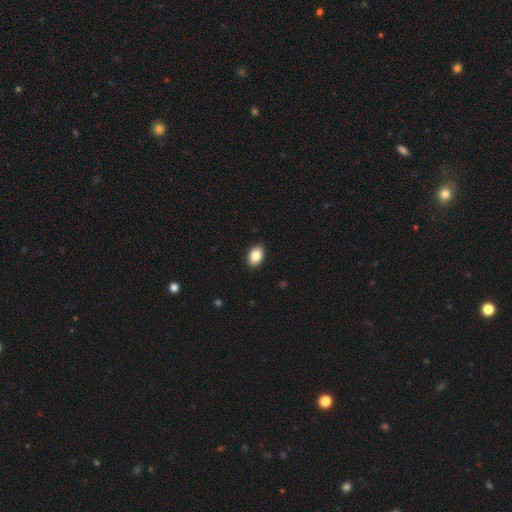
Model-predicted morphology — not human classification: Overall: smooth (85%). How rounded: in between (87%). Merging: none (90%).